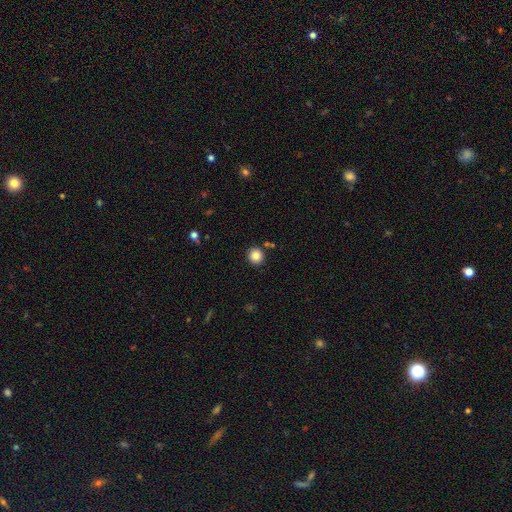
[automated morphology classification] A smooth galaxy with no disk features (84%) that is round (91%).

Vote fractions:
- Smooth or featured? smooth: 84% / star or artifact: 10% / featured or disk: 5%
- How rounded? round: 91% / in between: 9% / cigar-shaped: 1%
- Merging? none: 87% / minor disturbance: 7% / merger: 4% / major disturbance: 2%